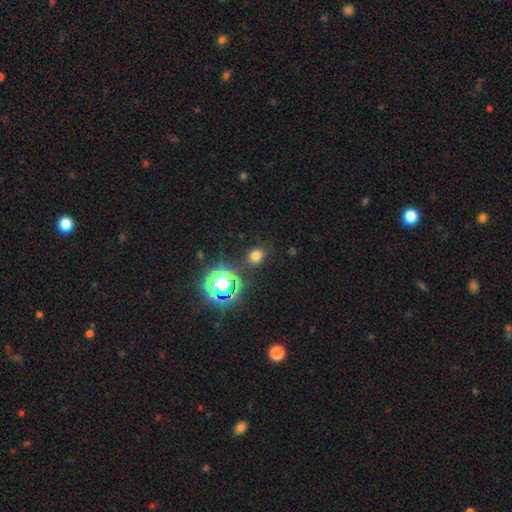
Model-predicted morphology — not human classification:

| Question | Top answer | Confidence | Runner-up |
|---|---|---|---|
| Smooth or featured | smooth | 66% | star or artifact (28%) |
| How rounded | round | 51% | in between (48%) |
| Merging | none | 84% | minor disturbance (10%) |